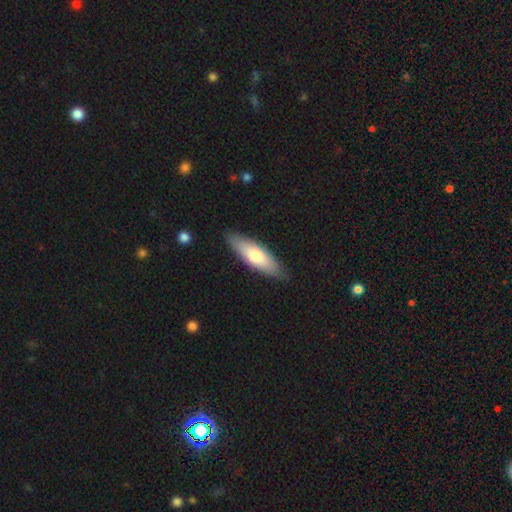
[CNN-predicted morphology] Smooth or featured?
  - smooth: 69% *
  - featured or disk: 26%
  - star or artifact: 5%
How rounded?
  - in between: 51% *
  - cigar-shaped: 47%
  - round: 2%
Merging?
  - none: 85% *
  - minor disturbance: 12%
  - major disturbance: 2%
  - merger: 1%